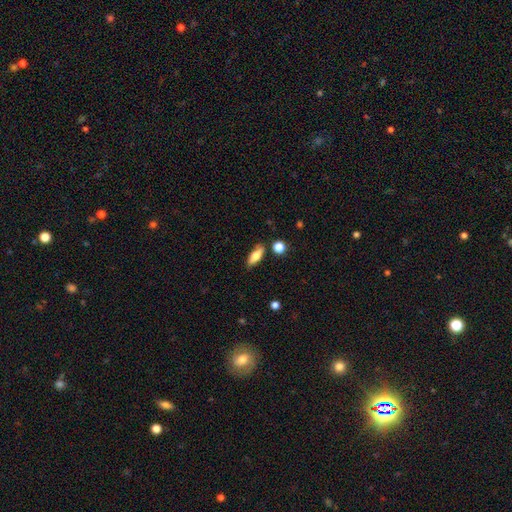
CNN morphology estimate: Smooth or featured: smooth — 75% (featured or disk — 18%)
How rounded: in between — 69% (cigar-shaped — 28%)
Merging: none — 81% (minor disturbance — 12%)